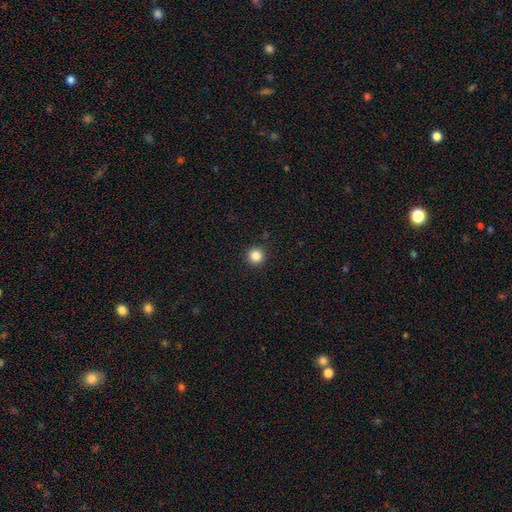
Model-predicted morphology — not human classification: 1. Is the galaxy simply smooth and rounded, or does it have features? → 85% smooth, 11% star or artifact, 4% featured or disk.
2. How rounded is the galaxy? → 96% round, 3% in between, 1% cigar-shaped.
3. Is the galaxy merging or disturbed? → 92% none, 5% minor disturbance, 2% major disturbance, 1% merger.